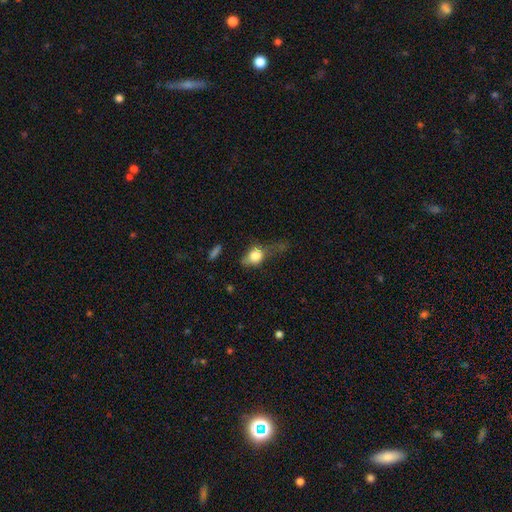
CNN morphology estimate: This appears to be a smooth galaxy with no disk features (70%) that is in between round and cigar-shaped (48%). Merging: major disturbance (39%).